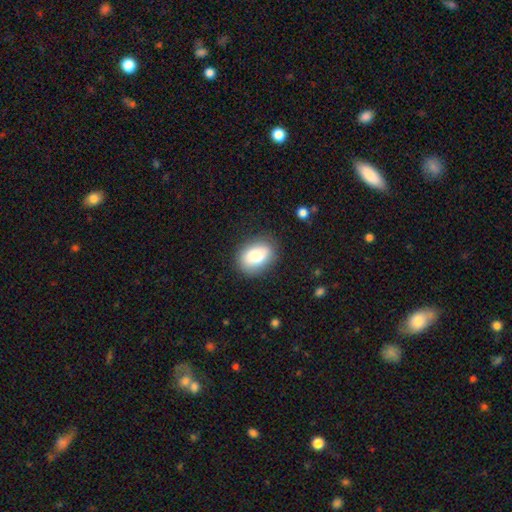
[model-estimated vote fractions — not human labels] Q: Smooth or featured?
A: smooth (80%); runner-up: featured or disk (12%)
Q: How rounded?
A: in between (78%); runner-up: round (21%)
Q: Merging?
A: none (82%); runner-up: minor disturbance (13%)